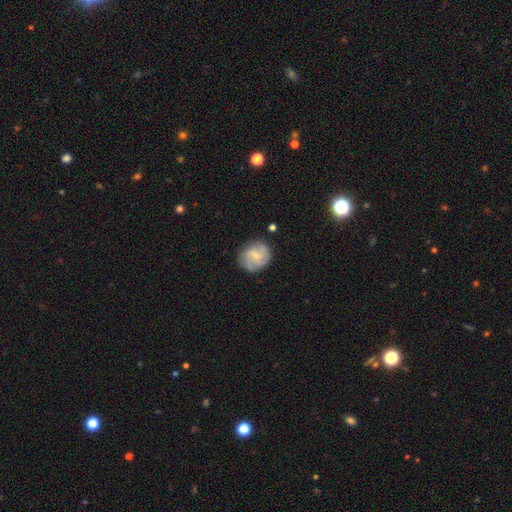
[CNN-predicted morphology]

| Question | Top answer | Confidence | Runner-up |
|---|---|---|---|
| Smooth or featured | featured or disk | 62% | smooth (32%) |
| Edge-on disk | no | 98% | yes (2%) |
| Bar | weak | 53% | no (37%) |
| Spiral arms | yes | 88% | no (12%) |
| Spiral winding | medium | 44% | tight (34%) |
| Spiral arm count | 2 | 38% | can't tell (25%) |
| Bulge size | small | 64% | moderate (28%) |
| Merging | none | 78% | minor disturbance (15%) |